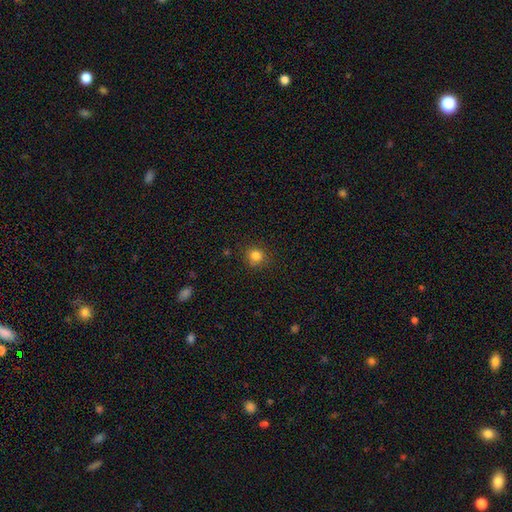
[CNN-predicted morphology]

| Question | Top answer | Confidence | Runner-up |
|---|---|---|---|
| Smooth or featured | smooth | 83% | star or artifact (12%) |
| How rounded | round | 87% | in between (12%) |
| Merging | none | 86% | minor disturbance (10%) |